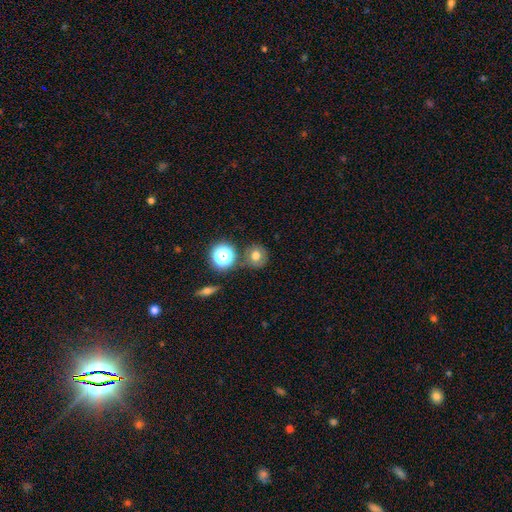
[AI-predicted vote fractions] A smooth galaxy with no disk features (66%) that is round (83%).

Vote fractions:
- Smooth or featured? smooth: 66% / star or artifact: 19% / featured or disk: 15%
- How rounded? round: 83% / in between: 16% / cigar-shaped: 1%
- Merging? none: 76% / minor disturbance: 12% / merger: 8% / major disturbance: 4%